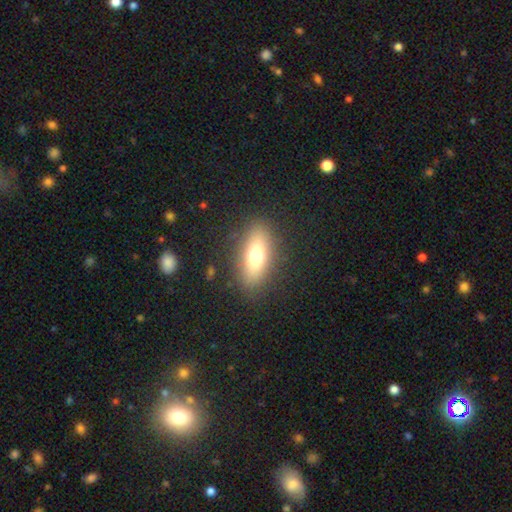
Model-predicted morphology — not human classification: Smooth or featured: smooth — 68% (featured or disk — 22%)
How rounded: in between — 71% (cigar-shaped — 23%)
Merging: none — 86% (minor disturbance — 9%)